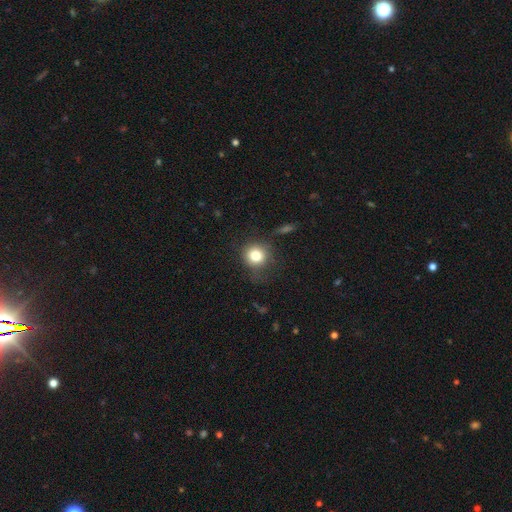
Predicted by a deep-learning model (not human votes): This is clearly a smooth galaxy (80%). How rounded: clearly round (89%). Merging: likely none (71%).